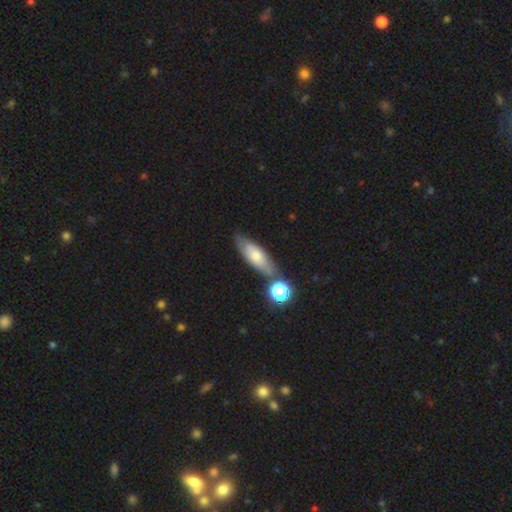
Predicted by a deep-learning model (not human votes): smooth_or_featured: smooth (p=0.55) [alt: featured or disk p=0.35]
how_rounded: in between (p=0.61) [alt: cigar-shaped p=0.34]
merging: none (p=0.67) [alt: minor disturbance p=0.17]